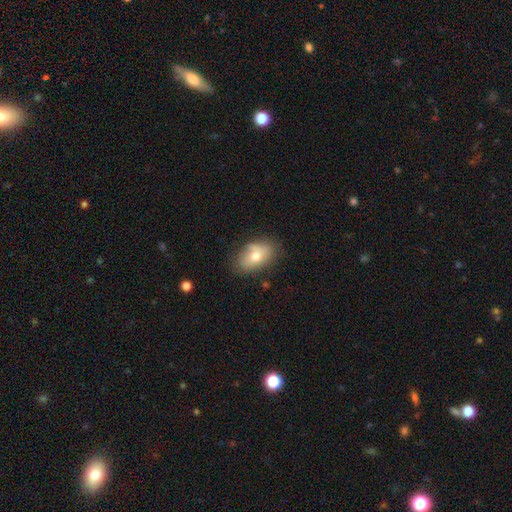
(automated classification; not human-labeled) Q: Smooth or featured?
A: smooth (68%); runner-up: featured or disk (24%)
Q: How rounded?
A: in between (89%); runner-up: round (9%)
Q: Merging?
A: none (65%); runner-up: minor disturbance (25%)